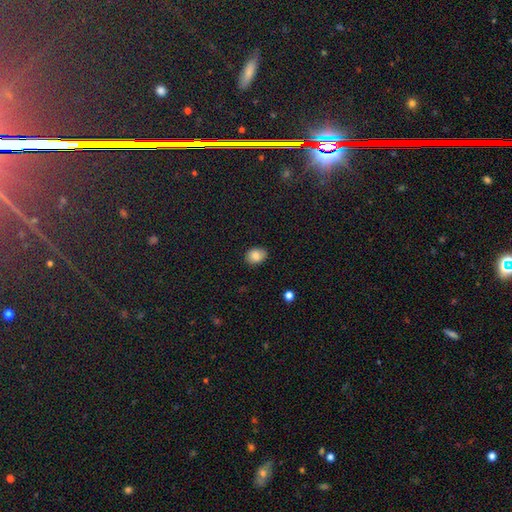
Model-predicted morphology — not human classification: Smooth or featured? smooth (84%)
How rounded? in between (63%)
Merging? none (84%)